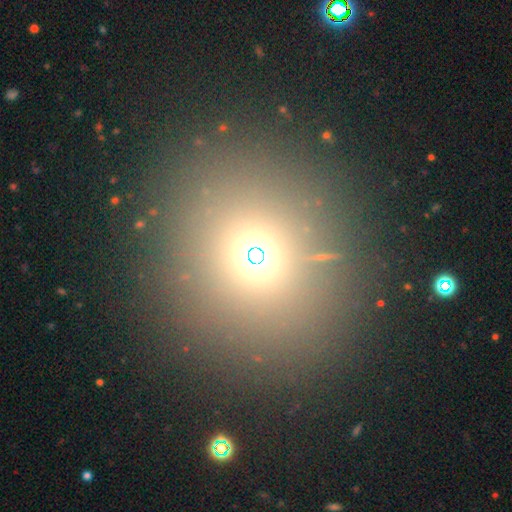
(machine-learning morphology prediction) Overall: smooth (59%; star or artifact 32%). How rounded: round (69%). Merging: none (79%).